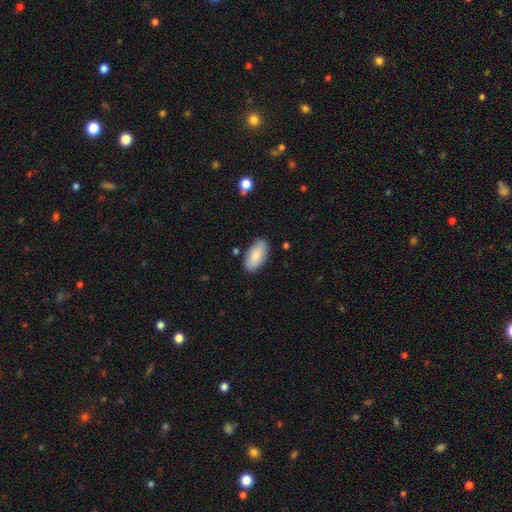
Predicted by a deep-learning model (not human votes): The model was most divided on "merging": none: 85%, minor disturbance: 11%, major disturbance: 2%, merger: 2%. More confident: how rounded — in between (93%); smooth or featured — smooth (85%).